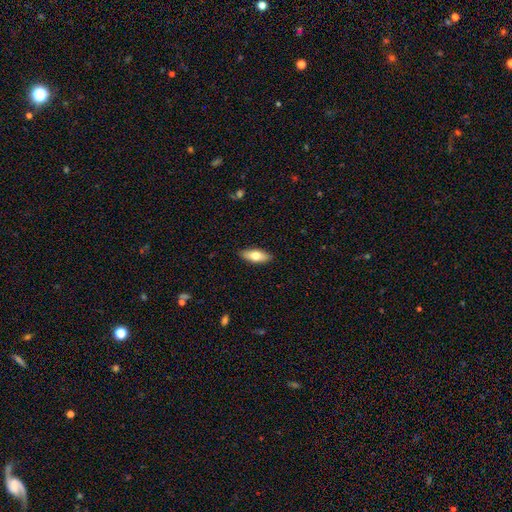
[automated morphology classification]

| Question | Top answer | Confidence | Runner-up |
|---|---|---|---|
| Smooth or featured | smooth | 71% | featured or disk (23%) |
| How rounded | in between | 75% | cigar-shaped (23%) |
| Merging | none | 89% | minor disturbance (8%) |